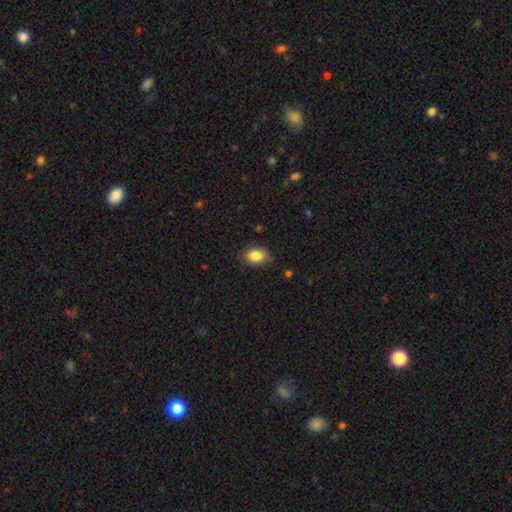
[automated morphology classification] Smooth or featured? smooth (86%)
How rounded? in between (86%)
Merging? none (80%)